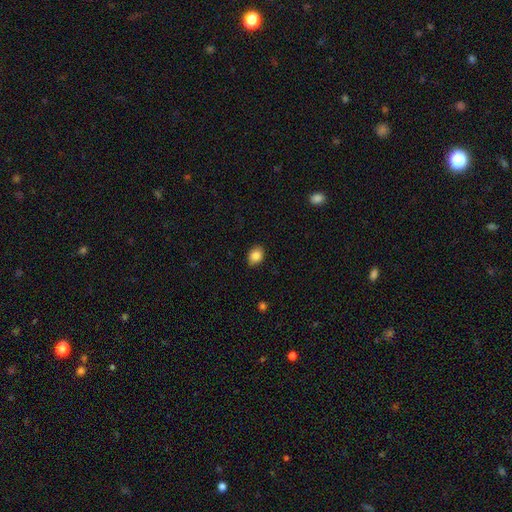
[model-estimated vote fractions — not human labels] This is clearly a smooth galaxy (86%). How rounded: likely in between (69%). Merging: clearly none (88%).